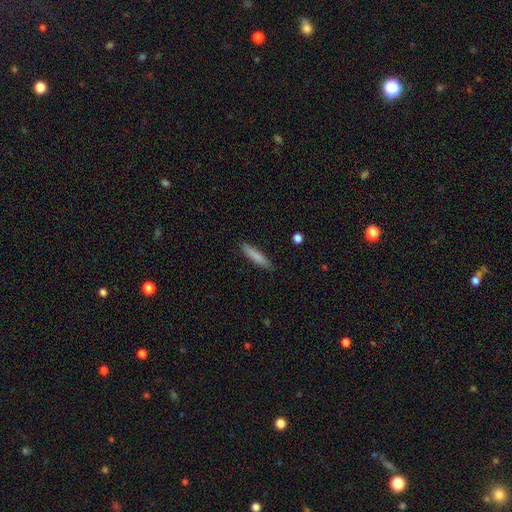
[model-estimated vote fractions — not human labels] Morphology: type=smooth (81%); roundness=cigar-shaped (88%); merging=none (88%).